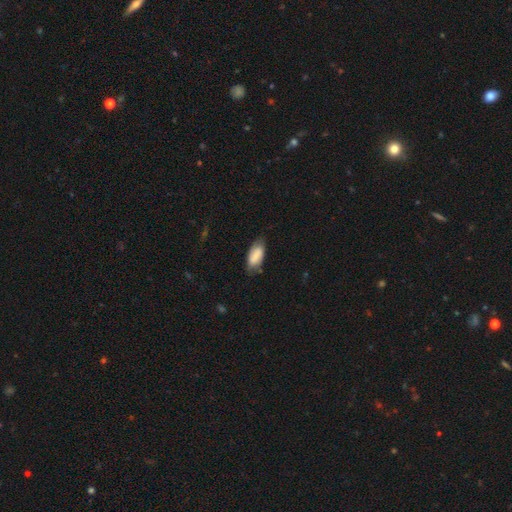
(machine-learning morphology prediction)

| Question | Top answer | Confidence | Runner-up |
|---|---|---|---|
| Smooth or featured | smooth | 78% | featured or disk (16%) |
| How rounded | in between | 89% | cigar-shaped (9%) |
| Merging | none | 67% | minor disturbance (25%) |